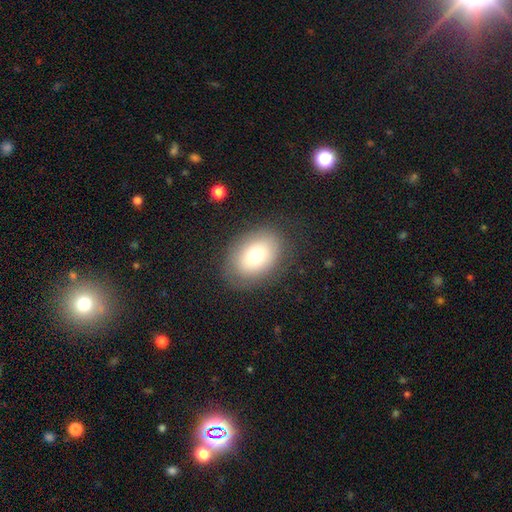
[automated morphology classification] The model was most divided on "how rounded": in between: 77%, round: 22%, cigar-shaped: 1%. More confident: merging — none (79%); smooth or featured — smooth (75%).